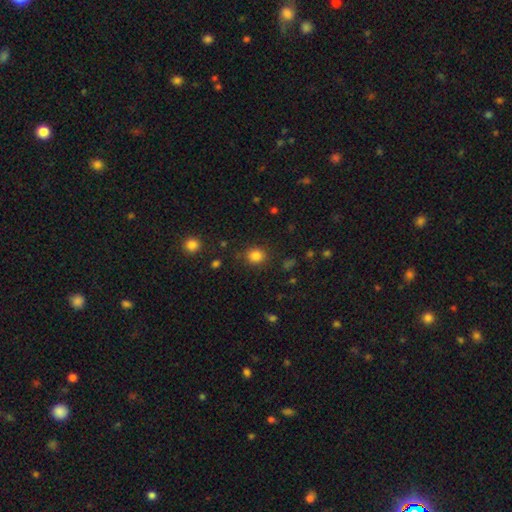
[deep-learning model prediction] Smooth or featured: smooth — 83% (star or artifact — 12%)
How rounded: round — 81% (in between — 18%)
Merging: none — 85% (minor disturbance — 9%)